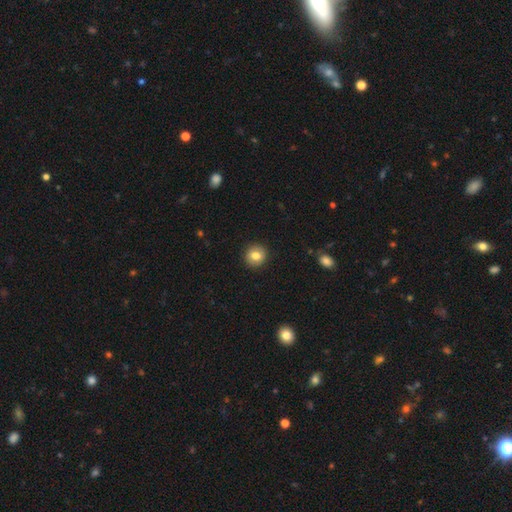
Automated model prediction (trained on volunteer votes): A smooth galaxy with no disk features (80%) that is round (90%). Merging: none (92%).